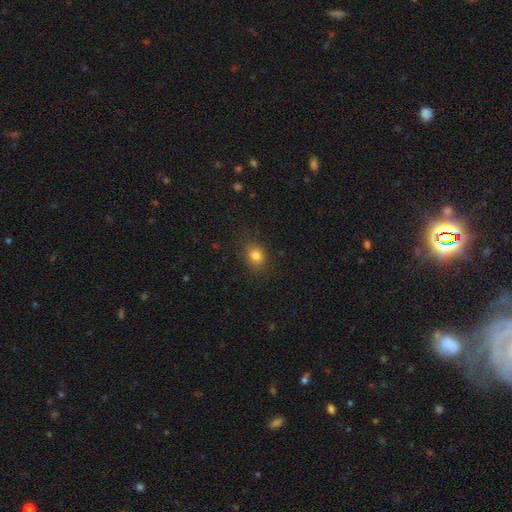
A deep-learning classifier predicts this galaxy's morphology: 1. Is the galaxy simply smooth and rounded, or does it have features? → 80% smooth, 12% star or artifact, 7% featured or disk.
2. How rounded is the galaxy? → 58% round, 41% in between, 1% cigar-shaped.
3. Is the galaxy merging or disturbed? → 81% none, 13% minor disturbance, 4% major disturbance, 1% merger.